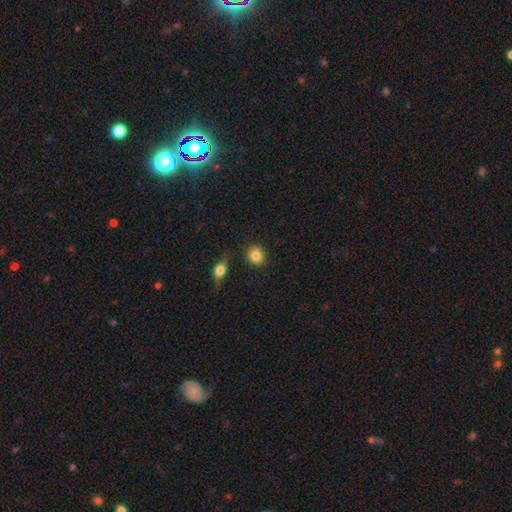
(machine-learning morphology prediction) Smooth or featured?
  - smooth: 85% *
  - star or artifact: 9%
  - featured or disk: 6%
How rounded?
  - round: 78% *
  - in between: 20%
  - cigar-shaped: 1%
Merging?
  - none: 86% *
  - minor disturbance: 8%
  - merger: 3%
  - major disturbance: 2%